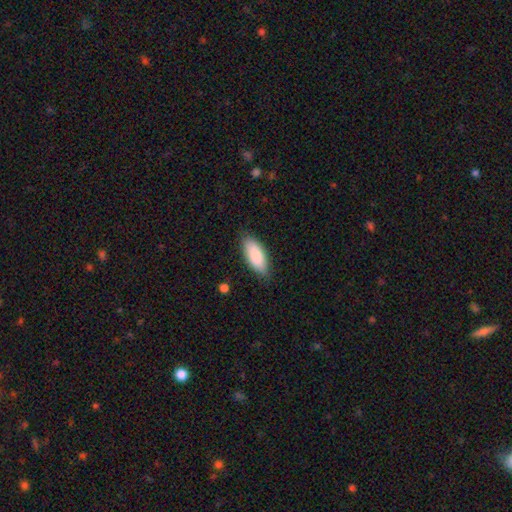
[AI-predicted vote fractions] Q: Smooth or featured?
A: smooth (87%); runner-up: featured or disk (8%)
Q: How rounded?
A: in between (80%); runner-up: cigar-shaped (18%)
Q: Merging?
A: none (84%); runner-up: minor disturbance (13%)